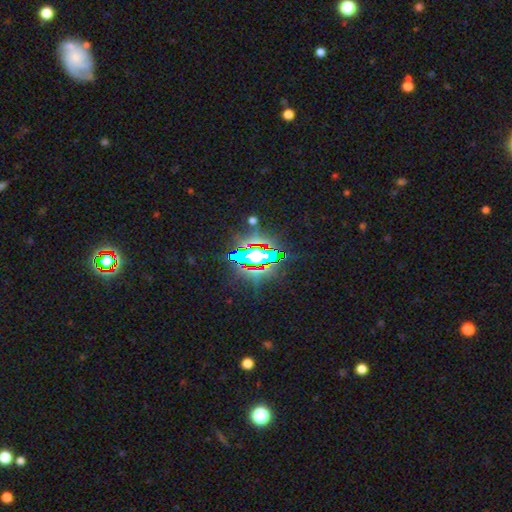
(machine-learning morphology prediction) Smooth or featured? Predicted: star or artifact (p=0.70).